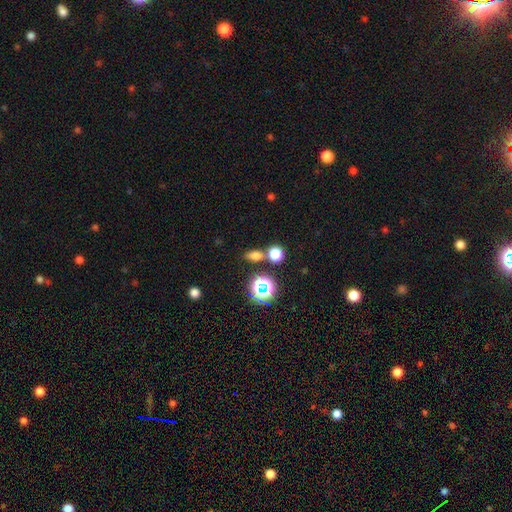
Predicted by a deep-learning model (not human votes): smooth_or_featured: smooth (p=0.67) [alt: star or artifact p=0.25]
how_rounded: in between (p=0.63) [alt: round p=0.31]
merging: none (p=0.70) [alt: merger p=0.16]